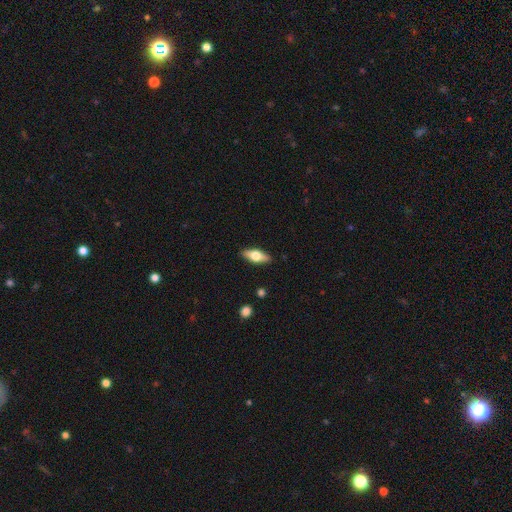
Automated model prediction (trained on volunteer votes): smooth_or_featured: smooth (p=0.53) [alt: featured or disk p=0.41]
how_rounded: in between (p=0.70) [alt: cigar-shaped p=0.27]
merging: none (p=0.88) [alt: minor disturbance p=0.09]